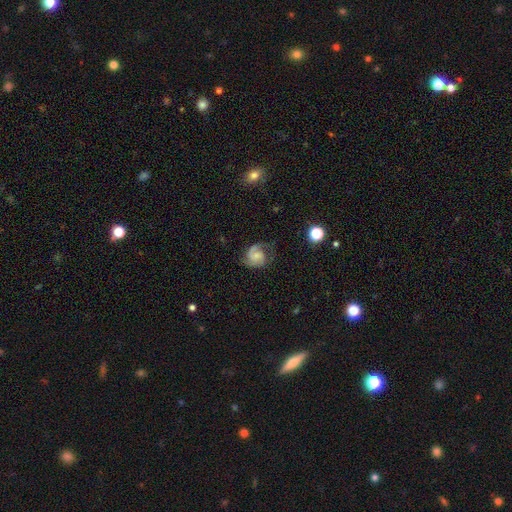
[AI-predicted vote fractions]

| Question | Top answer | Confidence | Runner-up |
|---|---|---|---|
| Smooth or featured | featured or disk | 80% | smooth (13%) |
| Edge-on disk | no | 98% | yes (2%) |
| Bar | no | 61% | weak (33%) |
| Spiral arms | yes | 96% | no (4%) |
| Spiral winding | medium | 50% | tight (34%) |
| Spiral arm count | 2 | 78% | 3 (6%) |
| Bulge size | small | 55% | moderate (25%) |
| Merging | none | 65% | minor disturbance (21%) |